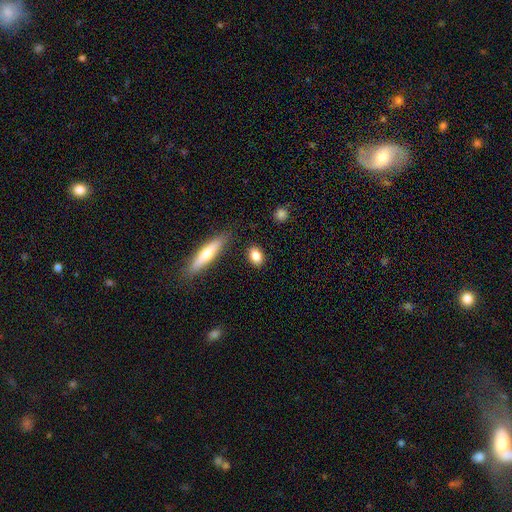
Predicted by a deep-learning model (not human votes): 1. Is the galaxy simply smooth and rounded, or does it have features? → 82% smooth, 11% featured or disk, 8% star or artifact.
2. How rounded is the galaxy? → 73% in between, 20% round, 7% cigar-shaped.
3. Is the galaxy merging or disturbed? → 86% none, 9% minor disturbance, 3% merger, 3% major disturbance.